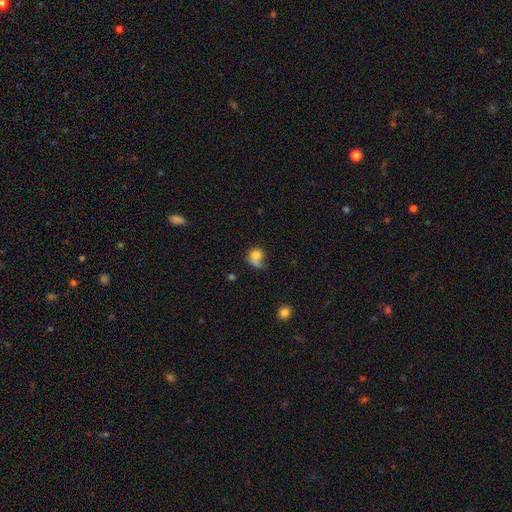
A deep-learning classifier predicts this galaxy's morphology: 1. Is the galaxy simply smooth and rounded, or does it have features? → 75% smooth, 15% featured or disk, 11% star or artifact.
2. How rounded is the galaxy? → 64% round, 35% in between, 2% cigar-shaped.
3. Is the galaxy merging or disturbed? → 33% none, 28% major disturbance, 27% minor disturbance, 12% merger.